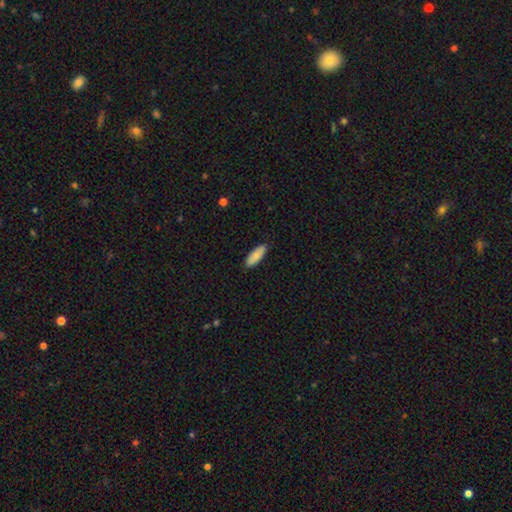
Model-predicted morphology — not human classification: type=smooth (86%); roundness=in between (65%); merging=none (89%).